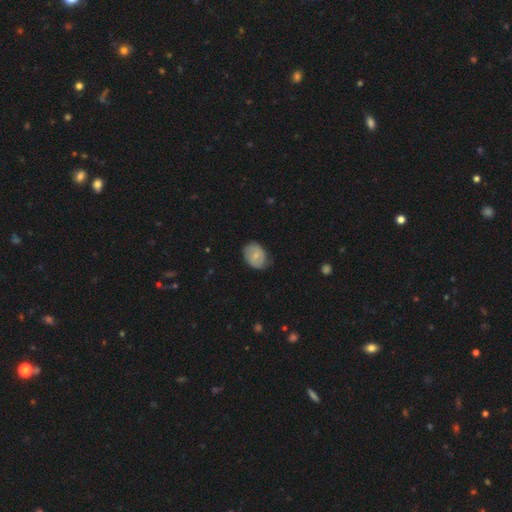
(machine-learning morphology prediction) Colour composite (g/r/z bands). It shows a smooth galaxy with no disk features (63%) that is in between round and cigar-shaped (65%). Merging: none (71%).